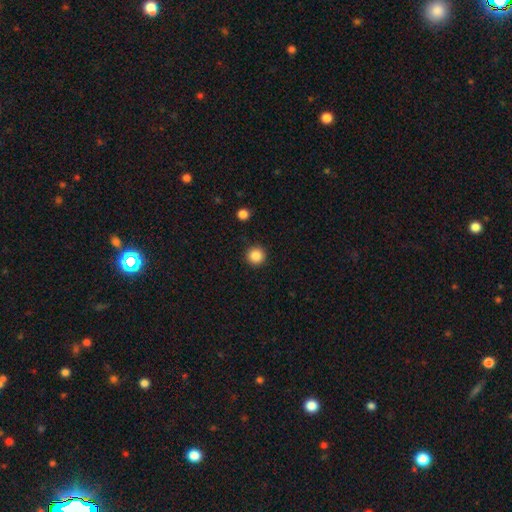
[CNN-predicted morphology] Q: Smooth or featured?
A: smooth (86%); runner-up: star or artifact (10%)
Q: How rounded?
A: round (96%); runner-up: in between (3%)
Q: Merging?
A: none (92%); runner-up: minor disturbance (5%)